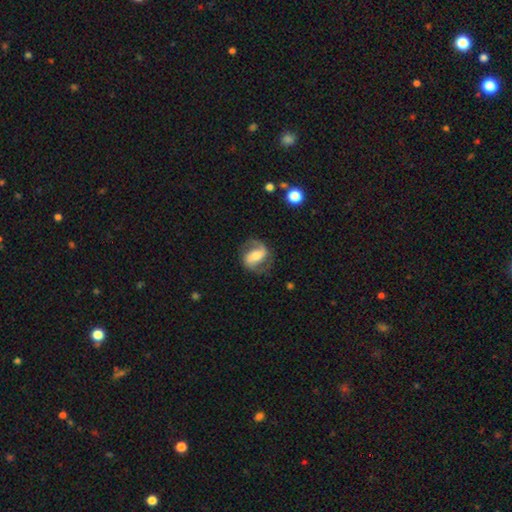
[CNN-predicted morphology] This appears to be a featured or disk galaxy (71%) with a strong bar (46%), 2 (88%) medium (48%) spiral arms (89%) and a moderate central bulge (55%). Merging: none (75%).